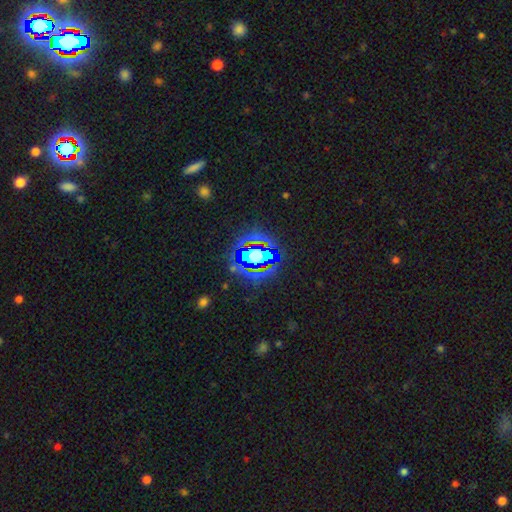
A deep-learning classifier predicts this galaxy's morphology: Smooth or featured? star or artifact (61%)